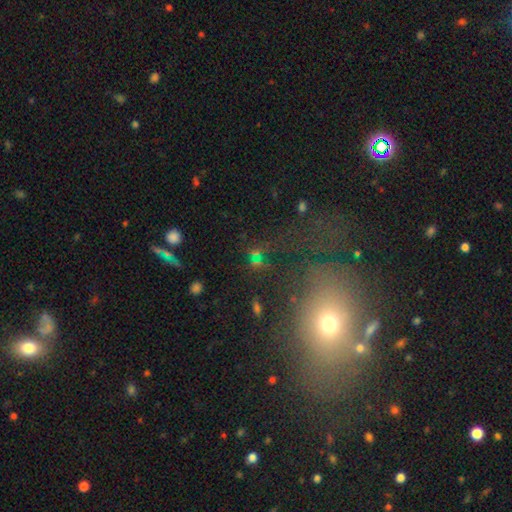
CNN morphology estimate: Q: Smooth or featured?
A: star or artifact (45%); runner-up: smooth (37%)